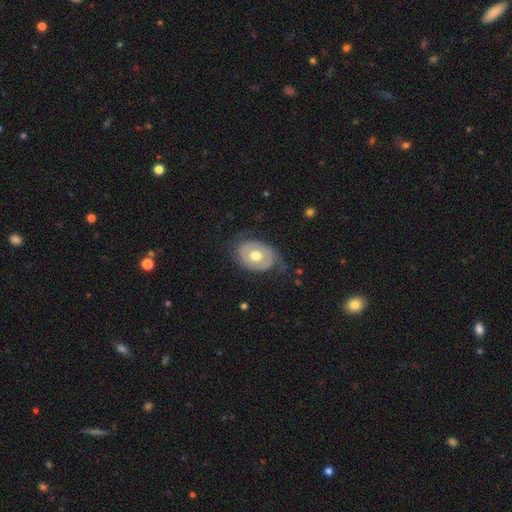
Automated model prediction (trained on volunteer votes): A featured or disk galaxy (60%) with no bar (82%), spiral arms (53%) and a moderate central bulge (78%).

Vote fractions:
- Smooth or featured? featured or disk: 60% / smooth: 35% / star or artifact: 5%
- Edge-on disk? no: 94% / yes: 6%
- Bar? no: 82% / weak: 15% / strong: 4%
- Spiral arms? yes: 53% / no: 47%
- Bulge size? moderate: 78% / large: 13% / small: 7% / dominant: 1% / none: 1%
- Merging? none: 63% / minor disturbance: 23% / major disturbance: 13% / merger: 1%